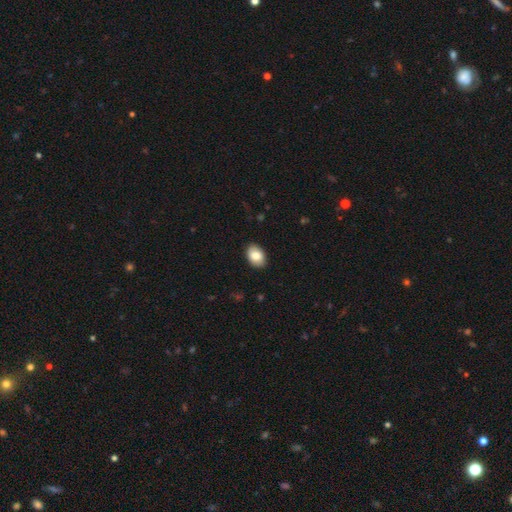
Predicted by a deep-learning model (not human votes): Smooth or featured? Predicted: smooth (p=0.85). How rounded? Predicted: in between (p=0.86). Merging? Predicted: none (p=0.88).